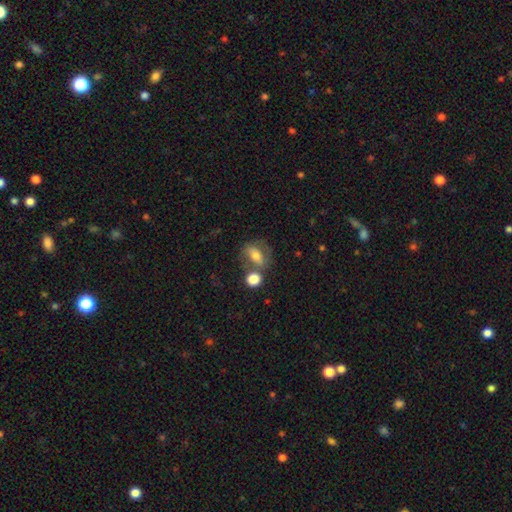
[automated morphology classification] smooth 63%, featured or disk 28%, star or artifact 10%. Down the decision tree: how rounded — in between (72%); merging — none (43%).